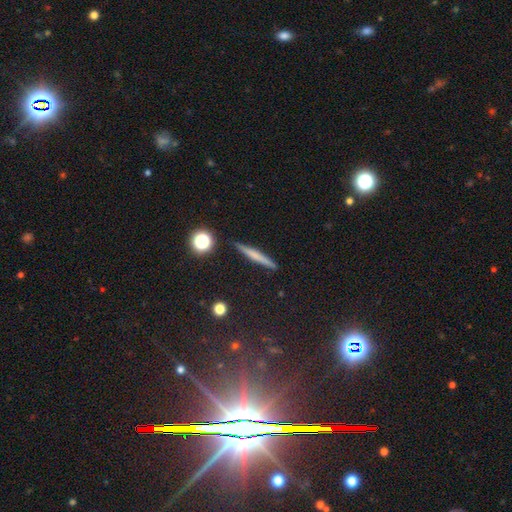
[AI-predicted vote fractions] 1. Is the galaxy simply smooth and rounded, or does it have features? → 54% smooth, 35% featured or disk, 11% star or artifact.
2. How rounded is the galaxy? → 92% cigar-shaped, 4% in between, 4% round.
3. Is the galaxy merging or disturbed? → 90% none, 7% minor disturbance, 2% major disturbance, 2% merger.